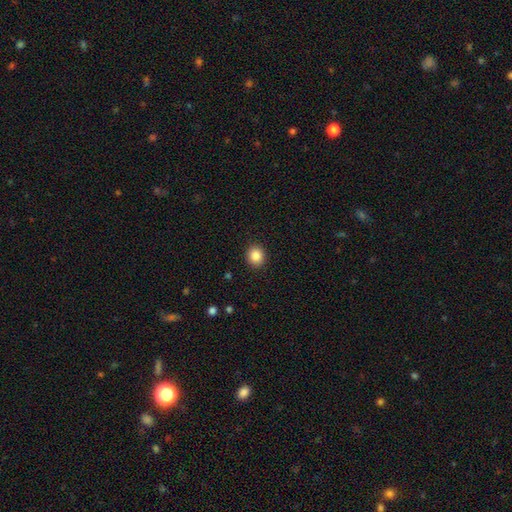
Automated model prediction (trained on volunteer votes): smooth-or-featured: smooth: 87% | star or artifact: 9% | featured or disk: 4%
  how-rounded: round: 81% | in between: 18% | cigar-shaped: 1%
  merging: none: 91% | minor disturbance: 6% | major disturbance: 2% | merger: 1%